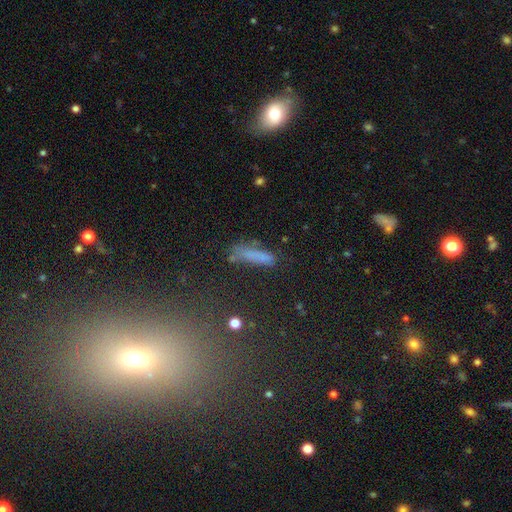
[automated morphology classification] Q: Smooth or featured?
A: smooth (69%); runner-up: featured or disk (16%)
Q: How rounded?
A: cigar-shaped (80%); runner-up: in between (17%)
Q: Merging?
A: none (65%); runner-up: minor disturbance (21%)